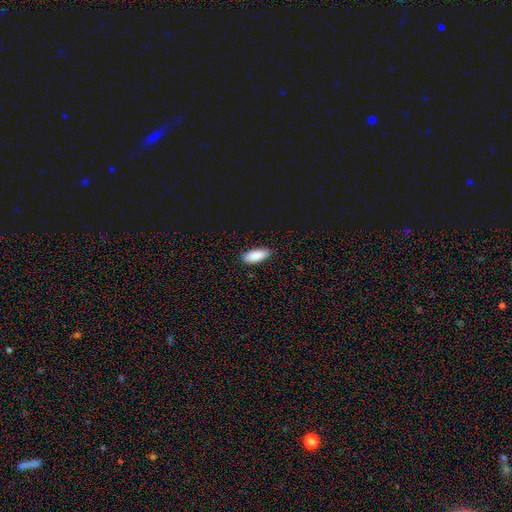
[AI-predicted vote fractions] smooth 89%, star or artifact 7%, featured or disk 4%. Down the decision tree: how rounded — in between (83%); merging — none (85%).